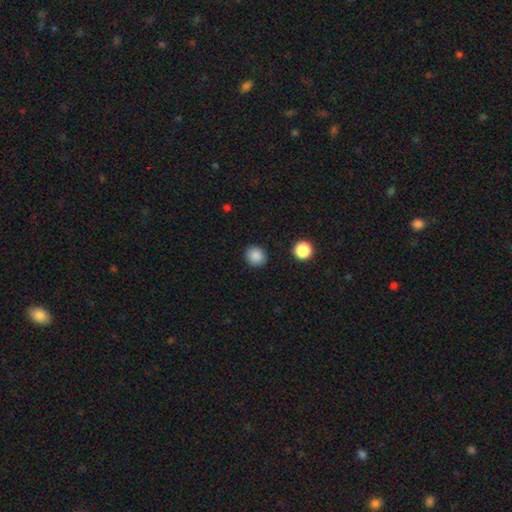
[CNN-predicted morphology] smooth_or_featured: smooth (p=0.87) [alt: star or artifact p=0.10]
how_rounded: round (p=0.83) [alt: in between p=0.16]
merging: none (p=0.90) [alt: minor disturbance p=0.06]